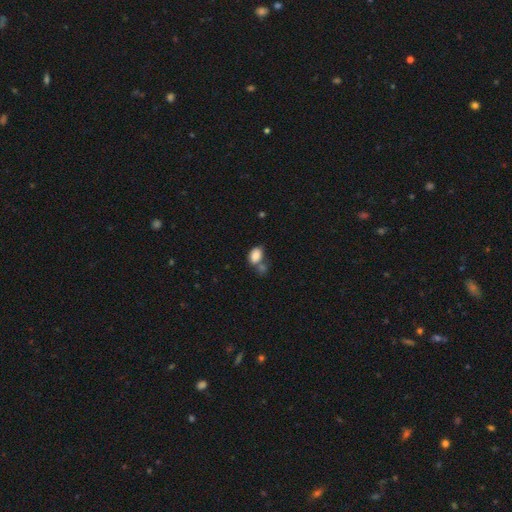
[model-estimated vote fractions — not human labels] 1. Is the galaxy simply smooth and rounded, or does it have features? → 84% smooth, 8% star or artifact, 7% featured or disk.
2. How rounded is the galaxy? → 84% in between, 15% round, 1% cigar-shaped.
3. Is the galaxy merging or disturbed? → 42% none, 35% merger, 17% minor disturbance, 7% major disturbance.